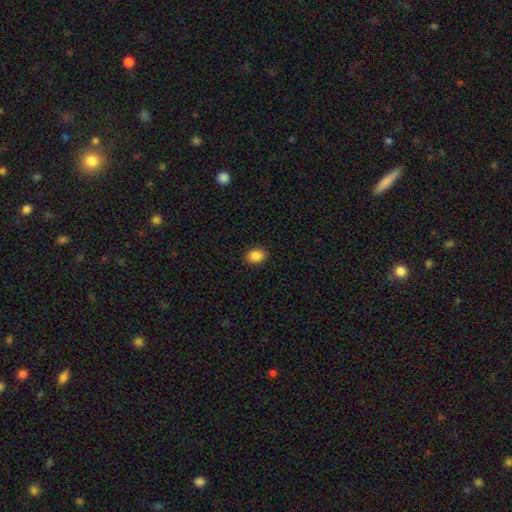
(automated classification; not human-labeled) Smooth or featured?
  - smooth: 88% *
  - star or artifact: 9%
  - featured or disk: 3%
How rounded?
  - in between: 63% *
  - round: 36%
  - cigar-shaped: 1%
Merging?
  - none: 89% *
  - minor disturbance: 8%
  - major disturbance: 2%
  - merger: 1%